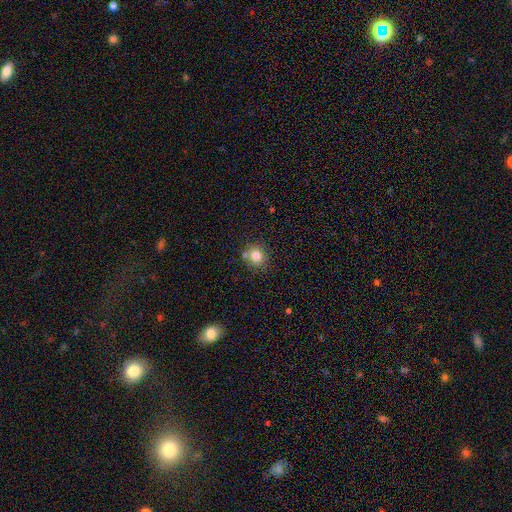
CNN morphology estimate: This is clearly a smooth galaxy (81%). How rounded: likely round (78%). Merging: likely none (73%).